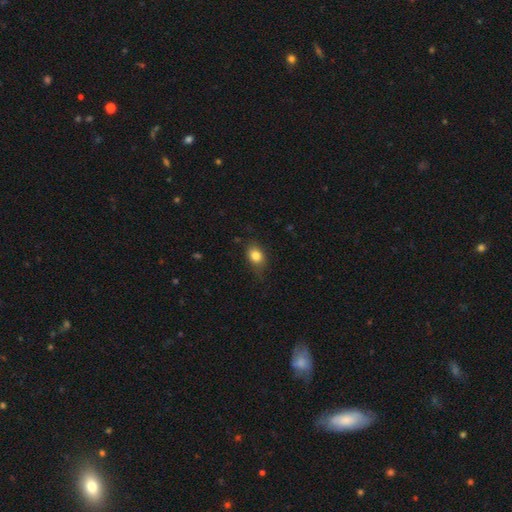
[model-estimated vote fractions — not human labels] smooth 82%, star or artifact 10%, featured or disk 8%. Down the decision tree: how rounded — in between (61%); merging — none (72%).